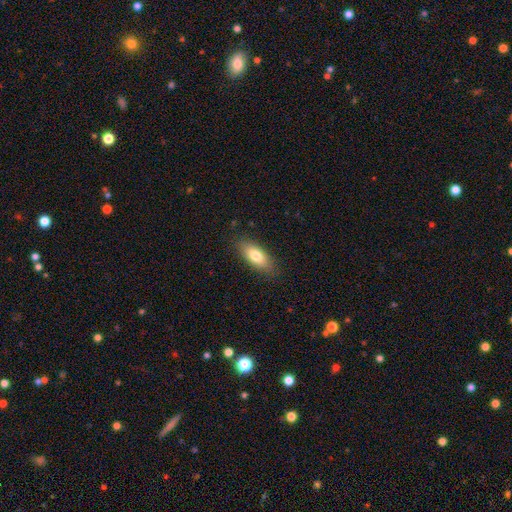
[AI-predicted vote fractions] Morphology: type=smooth (79%); roundness=in between (80%); merging=none (84%).